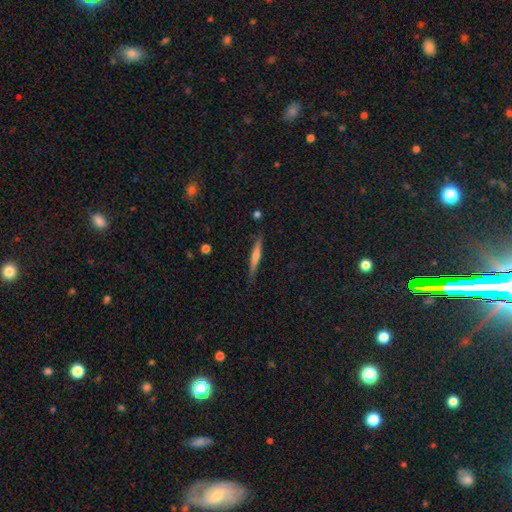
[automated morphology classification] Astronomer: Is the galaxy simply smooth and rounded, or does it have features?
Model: smooth — 50% (runner-up: featured or disk, 43%).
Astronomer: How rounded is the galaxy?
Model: cigar-shaped — 94%.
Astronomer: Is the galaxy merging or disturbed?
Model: none — 85%.